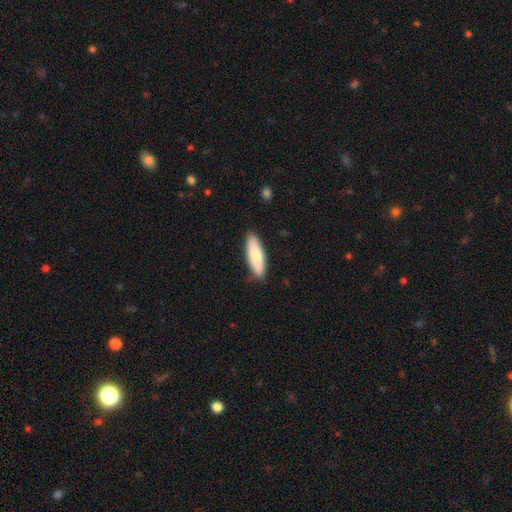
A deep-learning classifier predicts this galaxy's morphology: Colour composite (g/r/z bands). It shows a smooth galaxy with no disk features (76%) that is in between round and cigar-shaped (52%). Merging: none (87%).